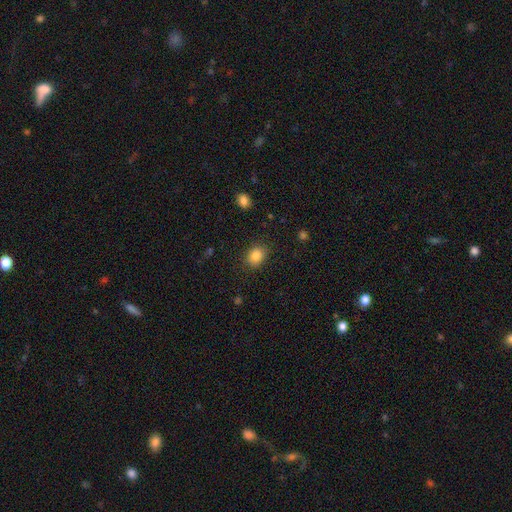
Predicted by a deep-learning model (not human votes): Q: Smooth or featured?
A: smooth (85%); runner-up: star or artifact (10%)
Q: How rounded?
A: in between (54%); runner-up: round (45%)
Q: Merging?
A: none (86%); runner-up: minor disturbance (10%)